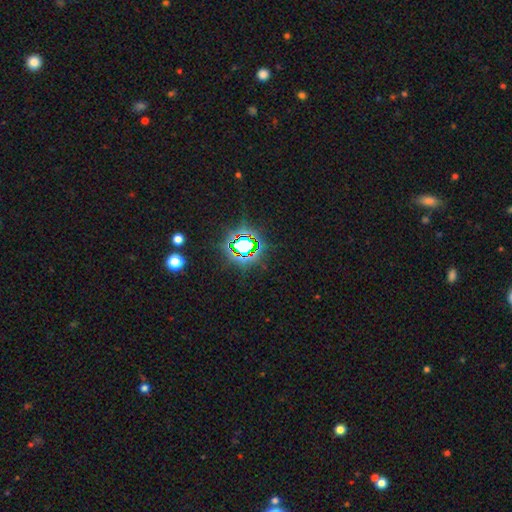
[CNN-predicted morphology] This is likely a star or artifact rather than a galaxy (80%).